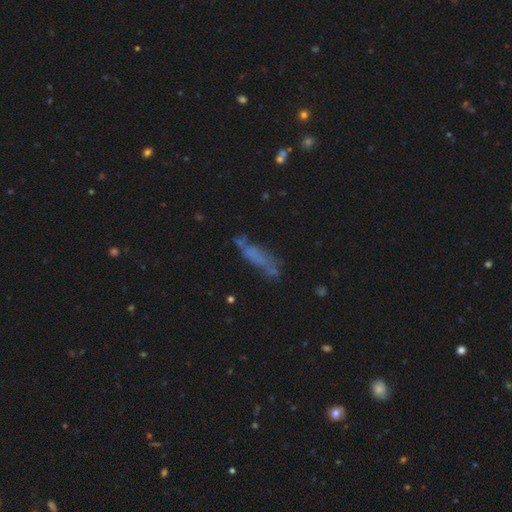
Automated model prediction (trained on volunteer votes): Smooth or featured? smooth (52%)
How rounded? cigar-shaped (70%)
Merging? none (56%)